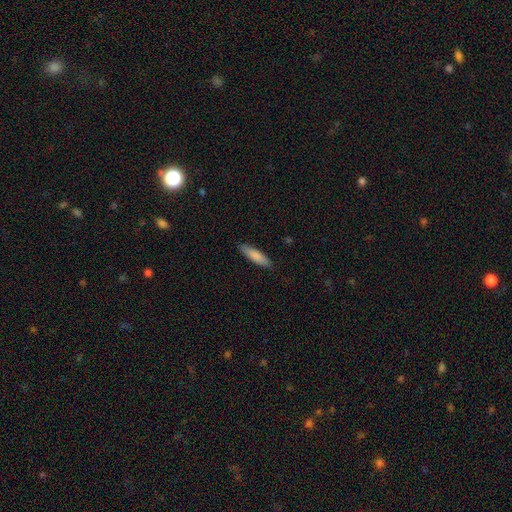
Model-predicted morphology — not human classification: Smooth or featured? Predicted: smooth (p=0.83). How rounded? Predicted: cigar-shaped (p=0.70). Merging? Predicted: none (p=0.87).